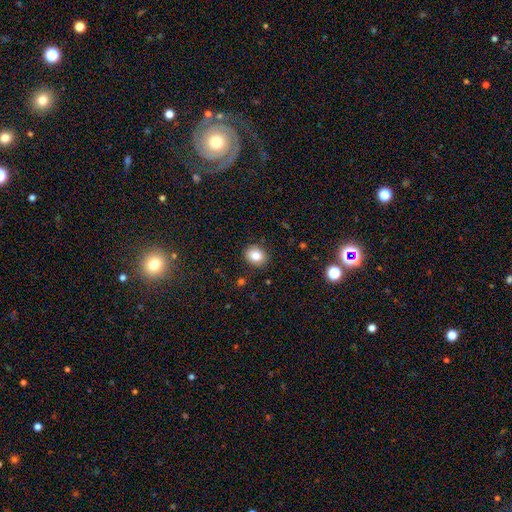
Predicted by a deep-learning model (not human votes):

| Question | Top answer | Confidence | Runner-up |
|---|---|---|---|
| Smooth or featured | smooth | 82% | star or artifact (10%) |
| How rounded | round | 54% | in between (46%) |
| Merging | none | 87% | minor disturbance (9%) |